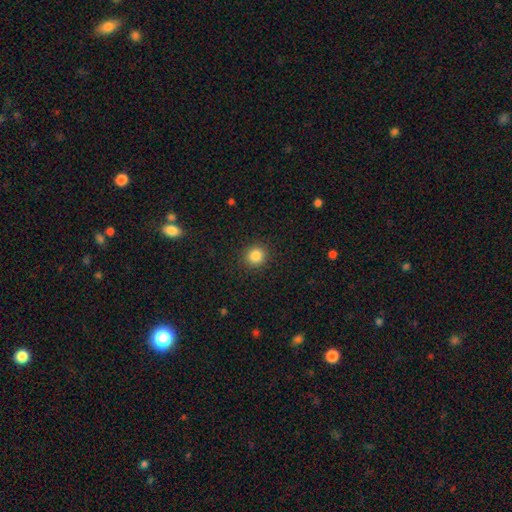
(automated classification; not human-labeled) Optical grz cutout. It shows a smooth galaxy with no disk features (85%) that is round (91%). Merging: none (91%).